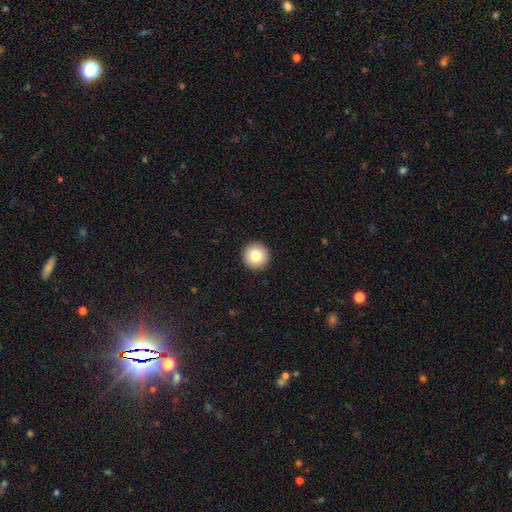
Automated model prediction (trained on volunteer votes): This is clearly a smooth galaxy (81%). How rounded: clearly round (97%). Merging: clearly none (94%).